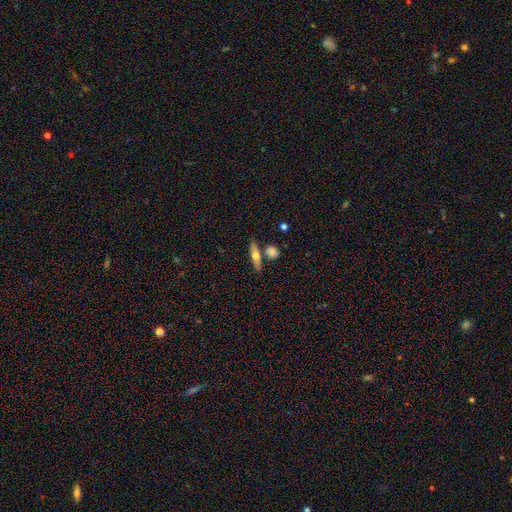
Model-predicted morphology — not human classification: type=smooth (54%); roundness=cigar-shaped (65%); merging=none (73%).